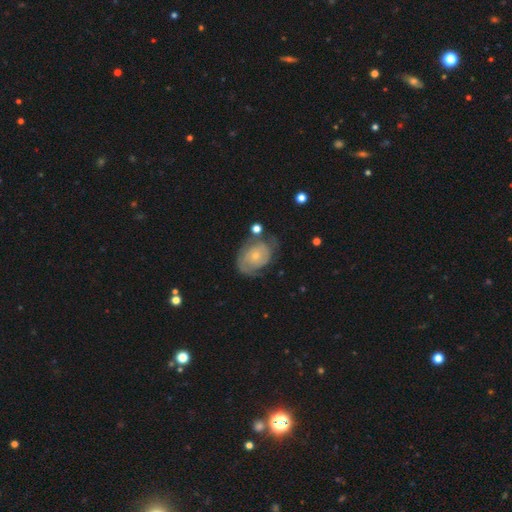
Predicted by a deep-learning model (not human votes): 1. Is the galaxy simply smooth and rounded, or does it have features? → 68% featured or disk, 25% smooth, 6% star or artifact.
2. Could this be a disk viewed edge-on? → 97% no, 3% yes.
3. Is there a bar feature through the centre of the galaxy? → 81% no, 16% weak, 3% strong.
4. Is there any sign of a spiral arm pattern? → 79% yes, 21% no.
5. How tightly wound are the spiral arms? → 62% tight, 26% medium, 12% loose.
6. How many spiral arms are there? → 40% 2, 38% can't tell, 12% 1, 6% 3, 3% 4, 2% more than 4.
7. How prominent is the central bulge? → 70% small, 25% moderate, 2% none, 2% large, 1% dominant.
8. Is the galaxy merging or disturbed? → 56% none, 26% minor disturbance, 14% major disturbance, 5% merger.